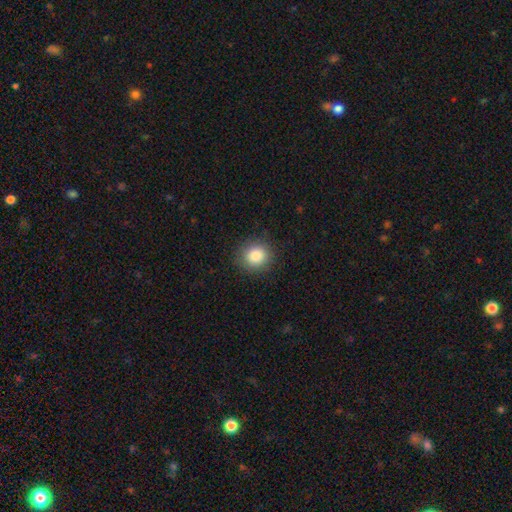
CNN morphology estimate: Q: Smooth or featured?
A: smooth (86%); runner-up: star or artifact (9%)
Q: How rounded?
A: round (87%); runner-up: in between (13%)
Q: Merging?
A: none (89%); runner-up: minor disturbance (7%)